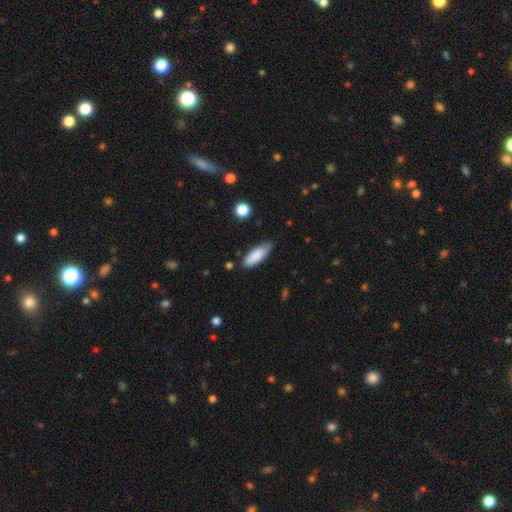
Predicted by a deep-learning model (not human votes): This appears to be a smooth galaxy with no disk features (83%) that is in between round and cigar-shaped (67%). Merging: none (66%).